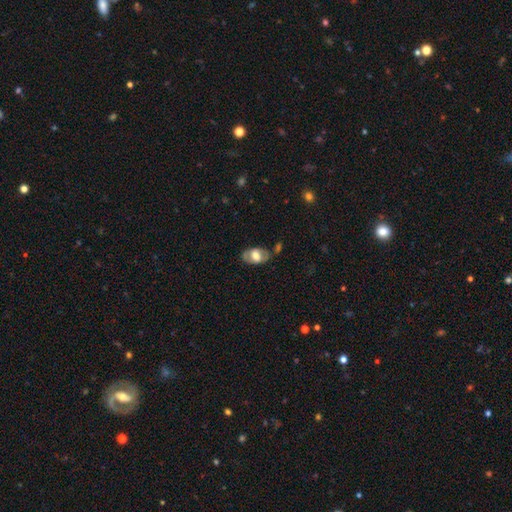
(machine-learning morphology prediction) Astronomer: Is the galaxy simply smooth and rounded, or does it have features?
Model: smooth — 48% (runner-up: featured or disk, 45%).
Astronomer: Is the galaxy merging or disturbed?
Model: none — 66%.